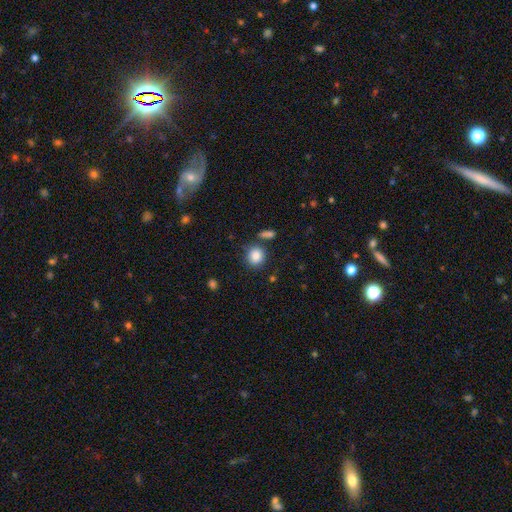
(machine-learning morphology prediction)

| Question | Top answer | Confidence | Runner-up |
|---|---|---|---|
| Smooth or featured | smooth | 86% | star or artifact (9%) |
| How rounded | round | 82% | in between (17%) |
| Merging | none | 78% | minor disturbance (10%) |